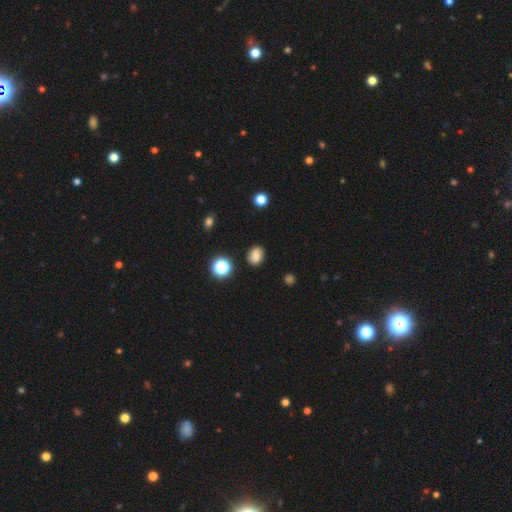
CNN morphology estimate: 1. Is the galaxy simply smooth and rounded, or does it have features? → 76% smooth, 13% star or artifact, 11% featured or disk.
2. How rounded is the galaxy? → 56% in between, 43% round, 1% cigar-shaped.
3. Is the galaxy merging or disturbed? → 85% none, 11% minor disturbance, 3% major disturbance, 2% merger.